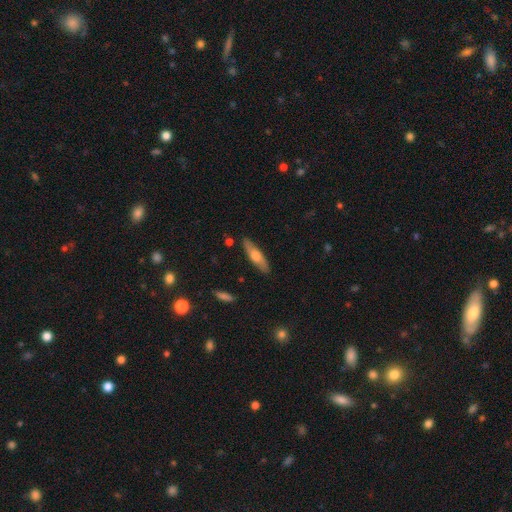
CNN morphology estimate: Overall: smooth (56%; featured or disk 39%). How rounded: cigar-shaped (70%). Merging: none (86%).